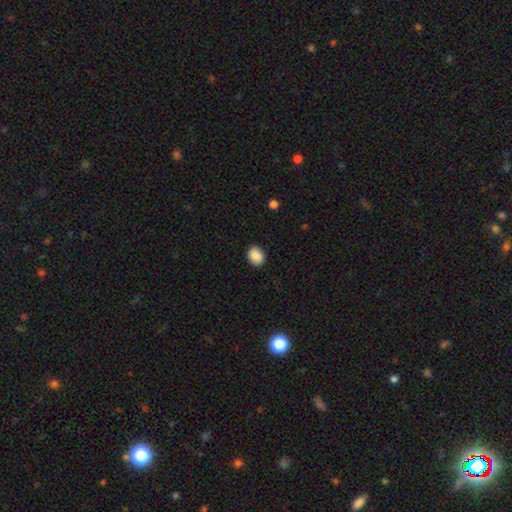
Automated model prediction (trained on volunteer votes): Q: Smooth or featured?
A: smooth (89%); runner-up: star or artifact (8%)
Q: How rounded?
A: in between (57%); runner-up: round (42%)
Q: Merging?
A: none (90%); runner-up: minor disturbance (7%)